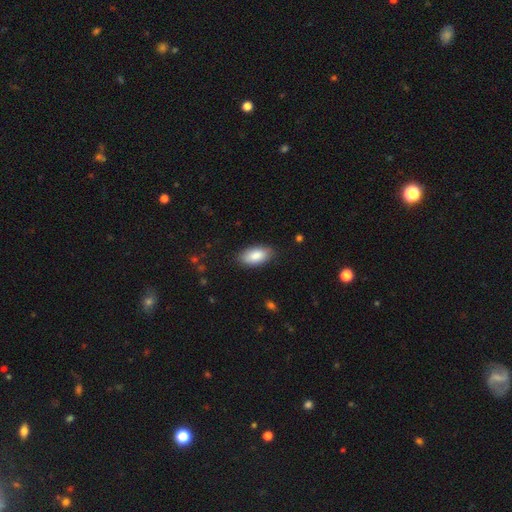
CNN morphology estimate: Smooth or featured? smooth (86%)
How rounded? in between (93%)
Merging? none (84%)